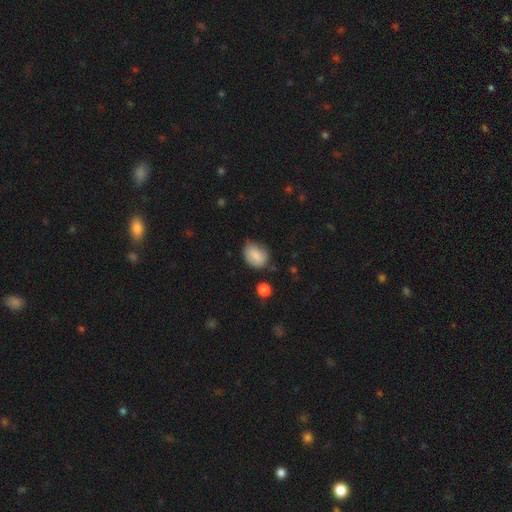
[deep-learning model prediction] Overall: smooth (79%). How rounded: in between (66%; round 33%). Merging: none (56%; minor disturbance 34%).